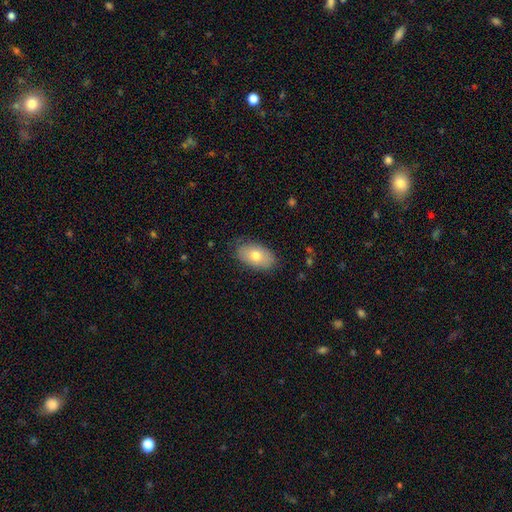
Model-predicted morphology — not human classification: smooth_or_featured: smooth (p=0.73) [alt: featured or disk p=0.20]
how_rounded: in between (p=0.92) [alt: round p=0.06]
merging: none (p=0.81) [alt: minor disturbance p=0.15]